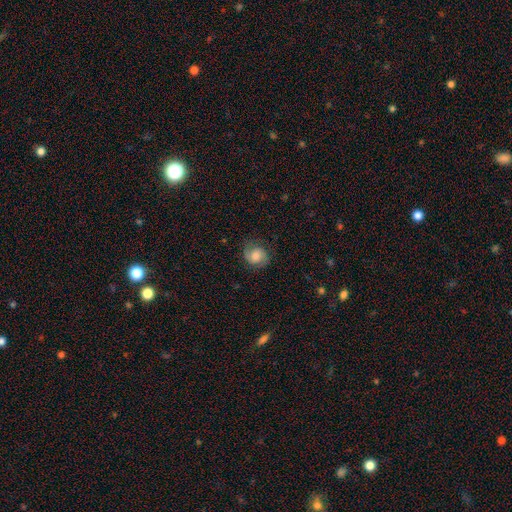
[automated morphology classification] The model was most divided on "smooth or featured": smooth: 52%, featured or disk: 38%, star or artifact: 9%. More confident: merging — none (73%); how rounded — round (73%).